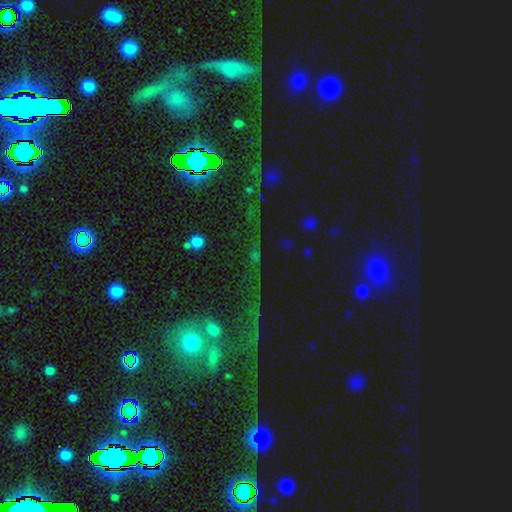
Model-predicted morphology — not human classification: smooth_or_featured: star or artifact (p=0.62) [alt: featured or disk p=0.19]